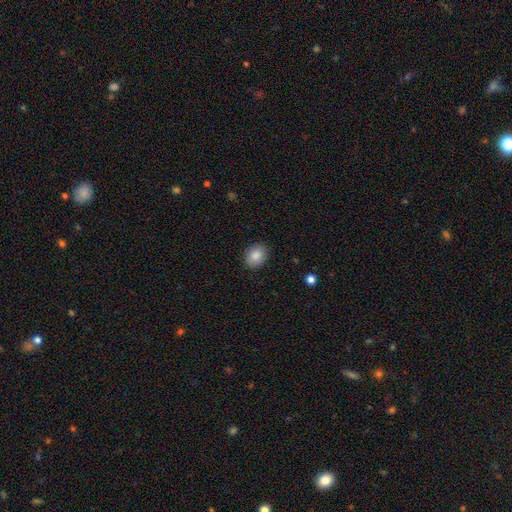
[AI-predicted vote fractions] Morphology: type=smooth (87%); roundness=in between (60%); merging=none (89%).